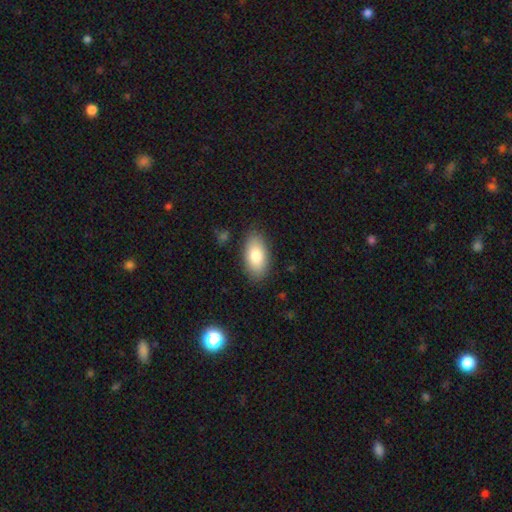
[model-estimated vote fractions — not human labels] smooth_or_featured: smooth (p=0.81) [alt: featured or disk p=0.13]
how_rounded: in between (p=0.93) [alt: cigar-shaped p=0.03]
merging: none (p=0.85) [alt: minor disturbance p=0.11]